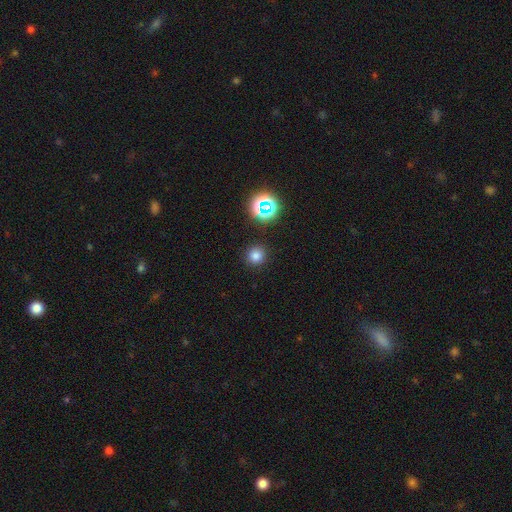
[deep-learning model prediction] This appears to be a smooth galaxy with no disk features (75%) that is round (94%). Merging: none (90%).